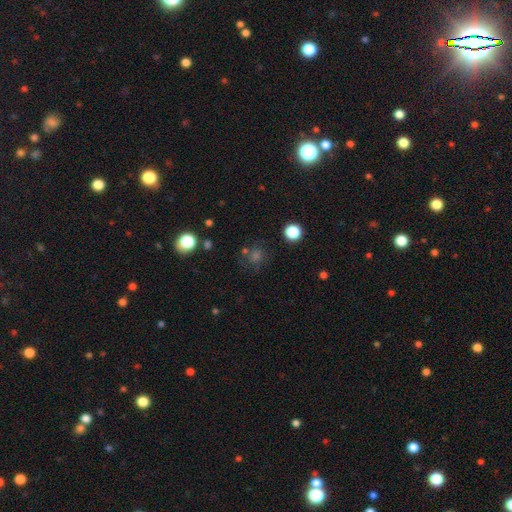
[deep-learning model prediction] The model was most divided on "smooth or featured": smooth: 49%, star or artifact: 40%, featured or disk: 12%. More confident: merging — none (73%).